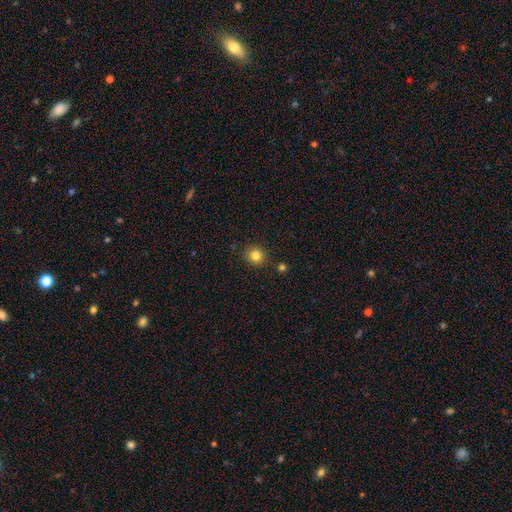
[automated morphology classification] A smooth galaxy with no disk features (83%) that is round (86%). Merging: none (87%).